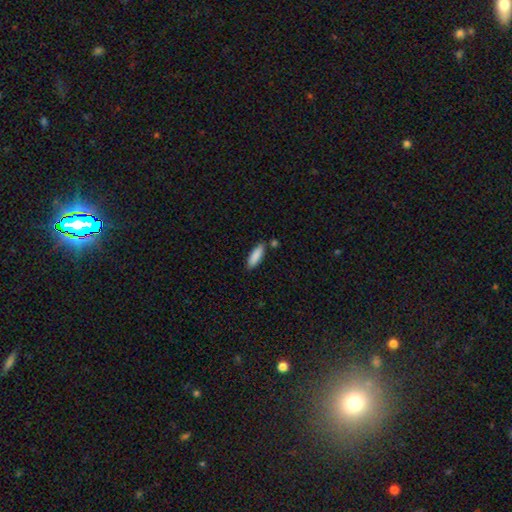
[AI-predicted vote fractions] Q: Smooth or featured?
A: smooth (87%); runner-up: featured or disk (7%)
Q: How rounded?
A: cigar-shaped (56%); runner-up: in between (42%)
Q: Merging?
A: none (79%); runner-up: minor disturbance (12%)